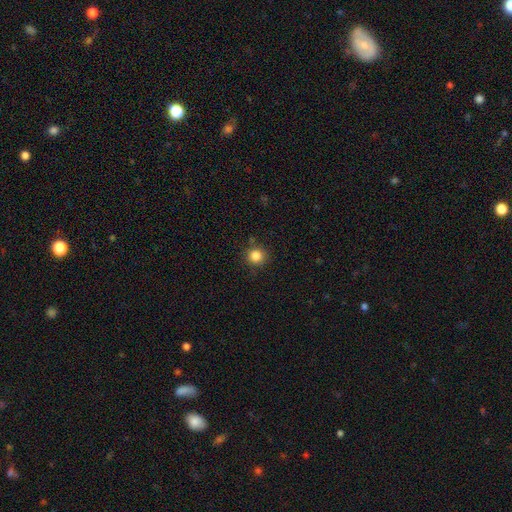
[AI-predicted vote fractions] Morphology: type=smooth (84%); roundness=round (93%); merging=none (86%).